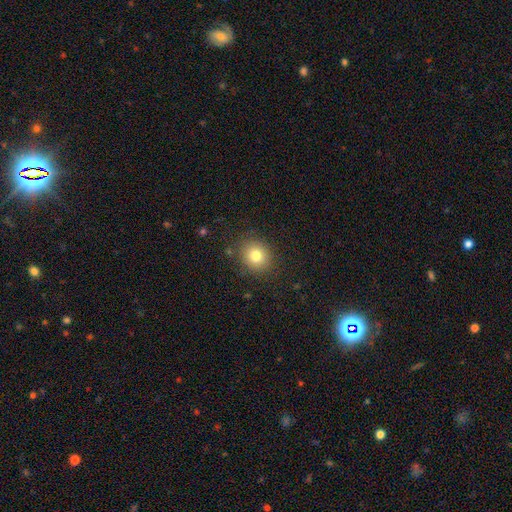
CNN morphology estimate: smooth 79%, star or artifact 12%, featured or disk 9%. Down the decision tree: how rounded — round (81%); merging — none (88%).